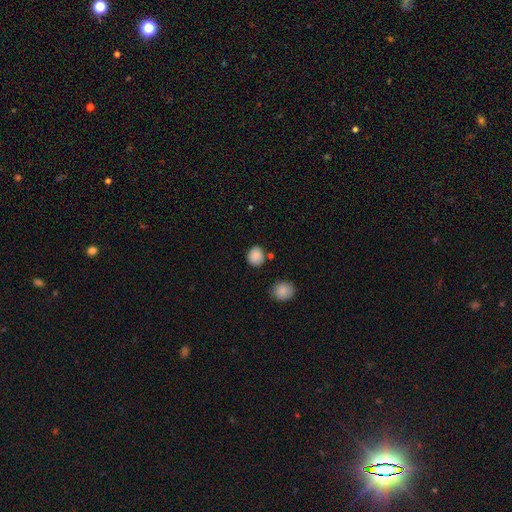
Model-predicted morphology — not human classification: A smooth galaxy with no disk features (87%) that is round (78%). Merging: none (79%).